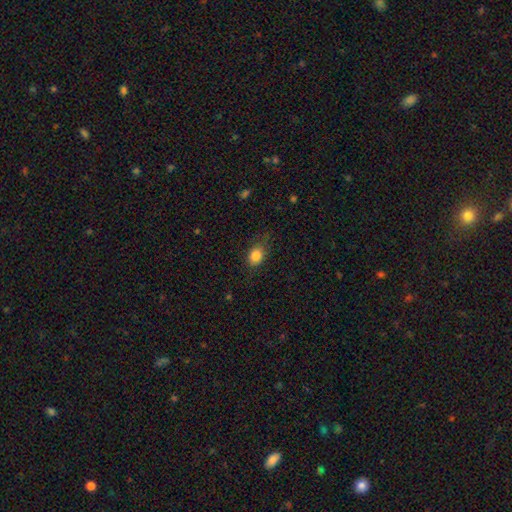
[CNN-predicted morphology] A smooth galaxy with no disk features (84%) that is in between round and cigar-shaped (65%). Merging: none (69%).